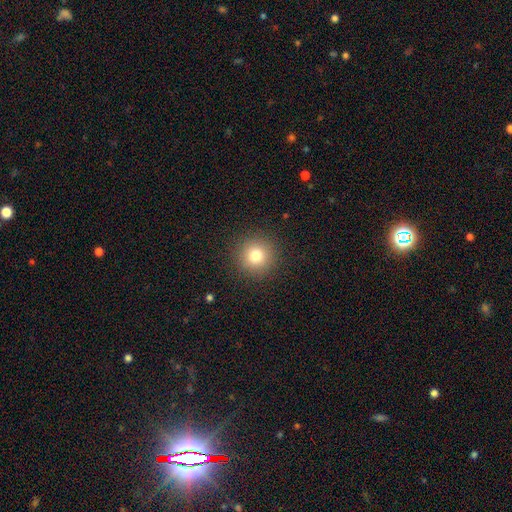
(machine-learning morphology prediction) Smooth or featured? smooth (79%)
How rounded? round (95%)
Merging? none (91%)